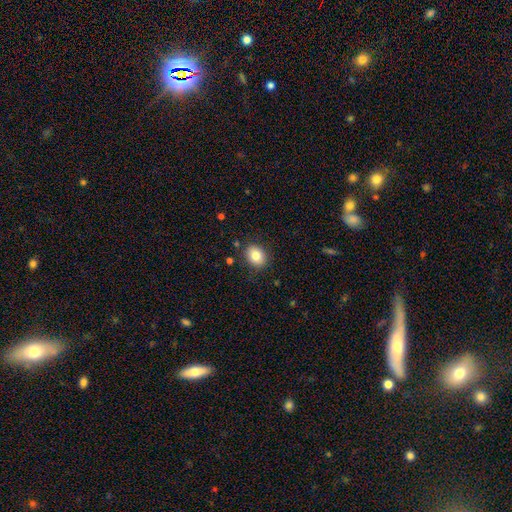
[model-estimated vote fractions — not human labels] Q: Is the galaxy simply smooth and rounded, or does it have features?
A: smooth — 82%.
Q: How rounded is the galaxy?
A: in between — 52%.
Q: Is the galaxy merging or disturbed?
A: none — 87%.